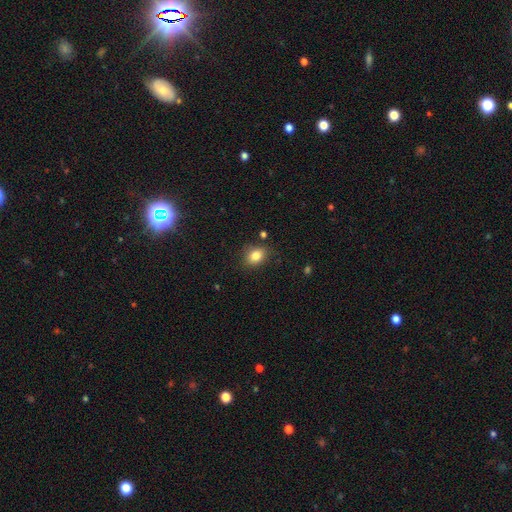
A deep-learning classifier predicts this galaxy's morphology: The model was most divided on "how rounded": in between: 59%, round: 40%, cigar-shaped: 1%. More confident: smooth or featured — smooth (83%); merging — none (80%).